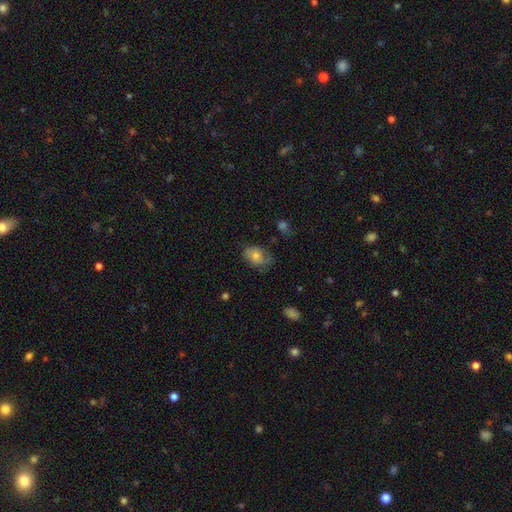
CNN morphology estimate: smooth-or-featured: smooth: 54% | featured or disk: 36% | star or artifact: 10%
  how-rounded: in between: 72% | round: 27% | cigar-shaped: 1%
  merging: none: 57% | minor disturbance: 28% | major disturbance: 13% | merger: 2%